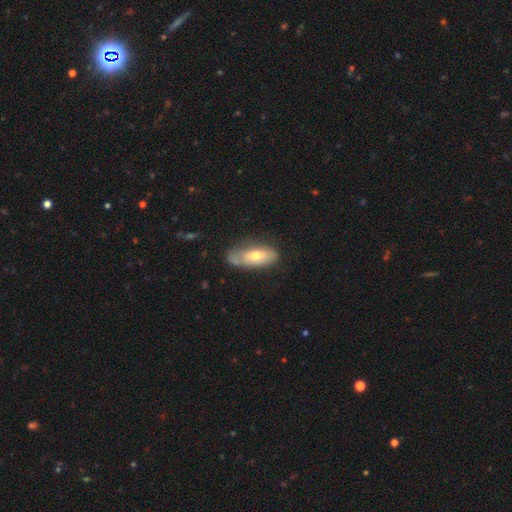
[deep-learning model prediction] Q: Smooth or featured?
A: smooth (56%); runner-up: featured or disk (38%)
Q: How rounded?
A: in between (81%); runner-up: cigar-shaped (16%)
Q: Merging?
A: none (50%); runner-up: minor disturbance (31%)